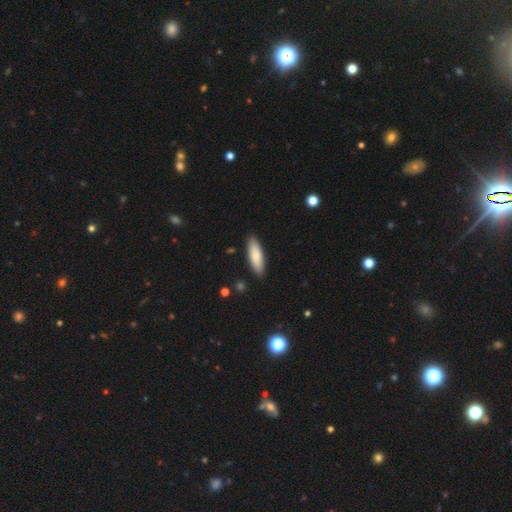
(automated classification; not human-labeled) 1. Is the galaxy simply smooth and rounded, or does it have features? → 81% smooth, 14% featured or disk, 6% star or artifact.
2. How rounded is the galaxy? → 50% cigar-shaped, 49% in between, 2% round.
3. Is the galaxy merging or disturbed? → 88% none, 9% minor disturbance, 2% major disturbance, 1% merger.